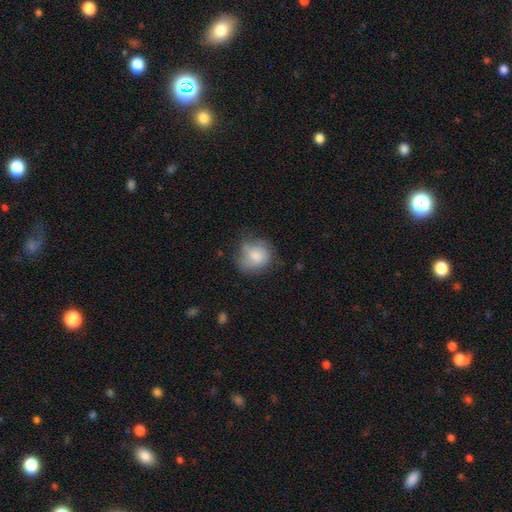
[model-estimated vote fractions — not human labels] Morphology: type=smooth (74%); roundness=round (79%); merging=none (56%).